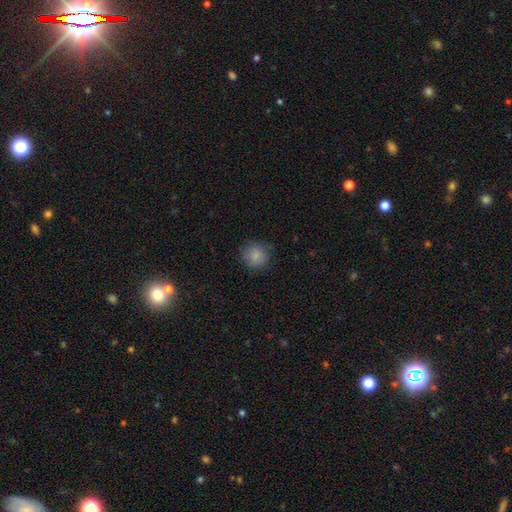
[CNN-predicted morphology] The model was most divided on "merging": none: 82%, minor disturbance: 14%, major disturbance: 4%, merger: 1%. More confident: how rounded — round (90%); smooth or featured — smooth (86%).